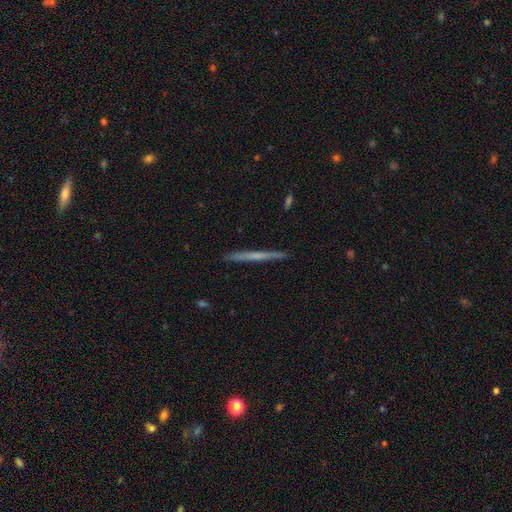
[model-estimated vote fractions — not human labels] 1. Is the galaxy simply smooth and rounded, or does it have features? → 50% featured or disk, 44% smooth, 6% star or artifact.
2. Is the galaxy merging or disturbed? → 92% none, 6% minor disturbance, 1% major disturbance, 1% merger.